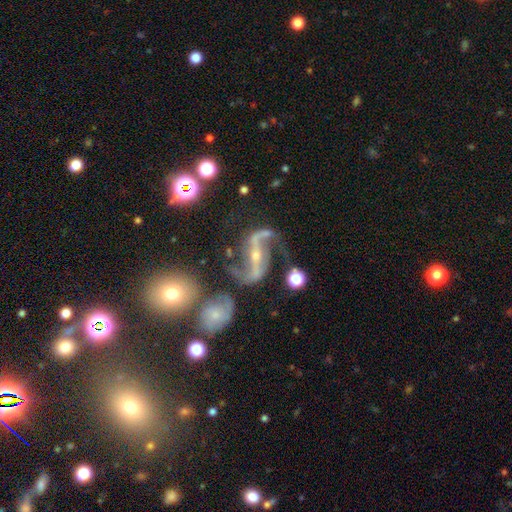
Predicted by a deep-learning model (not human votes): Smooth or featured: featured or disk — 90% (star or artifact — 7%)
Edge-on disk: no — 95% (yes — 5%)
Bar: strong — 70% (weak — 18%)
Spiral arms: yes — 96% (no — 4%)
Spiral winding: loose — 62% (medium — 30%)
Spiral arm count: 2 — 93% (1 — 2%)
Bulge size: small — 64% (moderate — 32%)
Merging: none — 63% (minor disturbance — 16%)